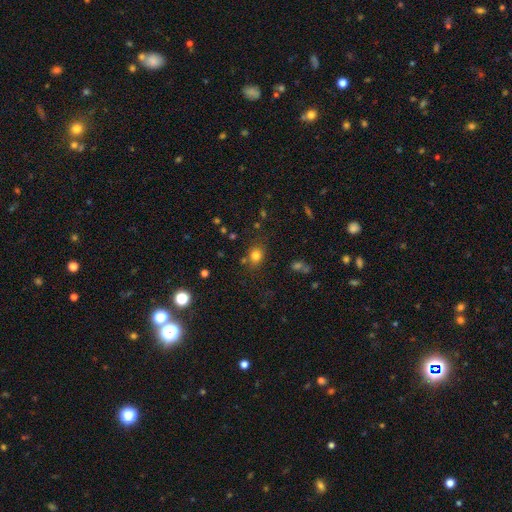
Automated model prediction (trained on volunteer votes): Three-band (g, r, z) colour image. It shows a smooth galaxy with no disk features (79%) that is round (62%). Merging: none (75%).